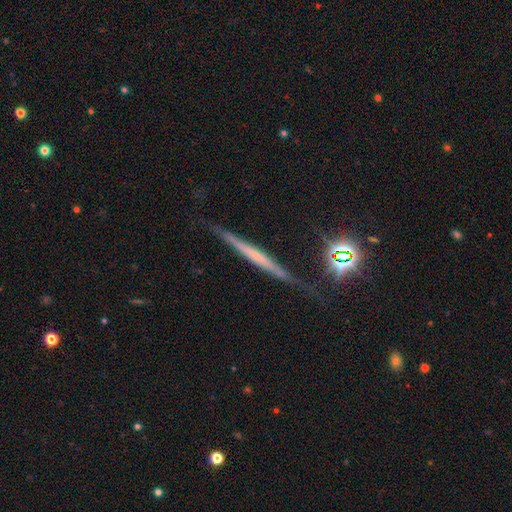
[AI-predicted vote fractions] A featured or disk galaxy (57%) viewed edge-on (95%) with no central bulge (74%). Merging: none (78%).